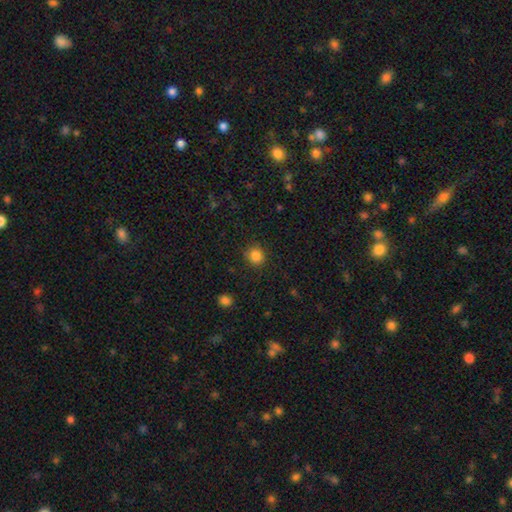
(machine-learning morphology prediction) type=smooth (84%); roundness=round (85%); merging=none (86%).